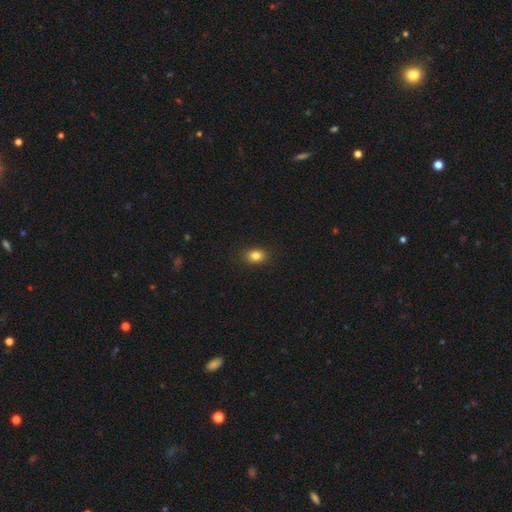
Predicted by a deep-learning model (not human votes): This is clearly a smooth galaxy (84%). How rounded: likely in between (68%). Merging: clearly none (89%).